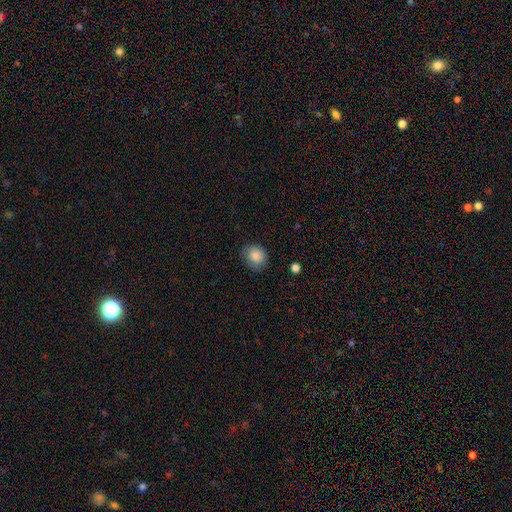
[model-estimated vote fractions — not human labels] A smooth galaxy with no disk features (85%) that is round (64%).

Vote fractions:
- Smooth or featured? smooth: 85% / star or artifact: 8% / featured or disk: 6%
- How rounded? round: 64% / in between: 35% / cigar-shaped: 1%
- Merging? none: 75% / minor disturbance: 20% / major disturbance: 4% / merger: 1%